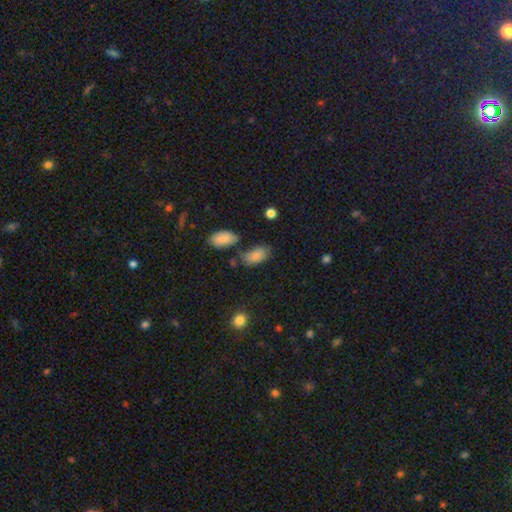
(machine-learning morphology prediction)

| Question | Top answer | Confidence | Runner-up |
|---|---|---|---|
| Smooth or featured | smooth | 82% | featured or disk (9%) |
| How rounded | in between | 93% | round (5%) |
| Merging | none | 55% | minor disturbance (25%) |